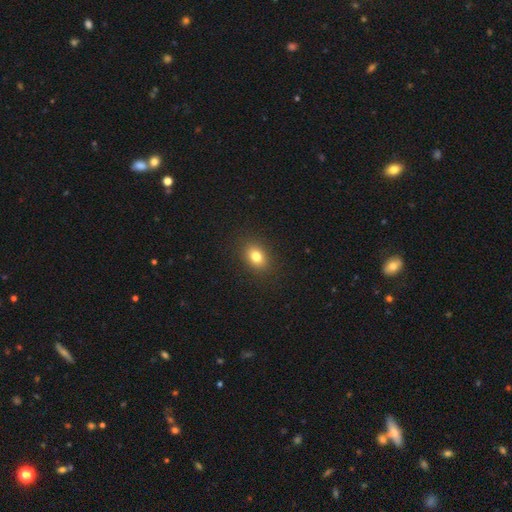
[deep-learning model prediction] Overall: smooth (81%). How rounded: in between (65%; round 34%). Merging: none (89%).